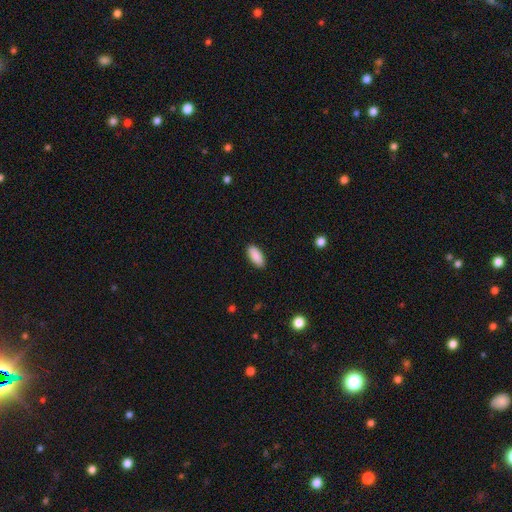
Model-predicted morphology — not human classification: Overall: smooth (90%). How rounded: in between (87%). Merging: none (89%).